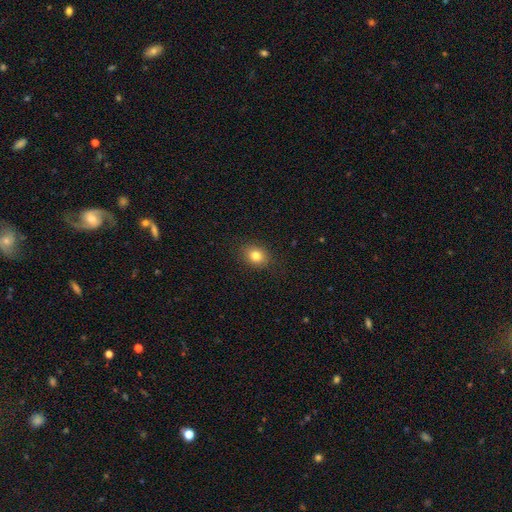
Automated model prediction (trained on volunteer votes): Smooth or featured: smooth — 81% (star or artifact — 11%)
How rounded: round — 55% (in between — 44%)
Merging: none — 88% (minor disturbance — 9%)